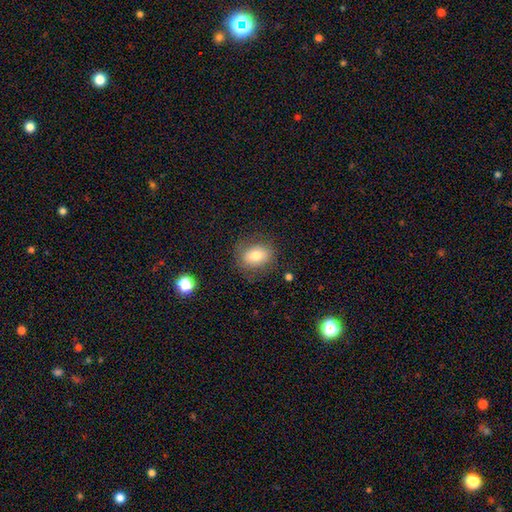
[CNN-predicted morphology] Smooth or featured?
  - smooth: 77% *
  - featured or disk: 14%
  - star or artifact: 9%
How rounded?
  - in between: 62% *
  - round: 37%
  - cigar-shaped: 1%
Merging?
  - none: 78% *
  - minor disturbance: 15%
  - major disturbance: 5%
  - merger: 2%